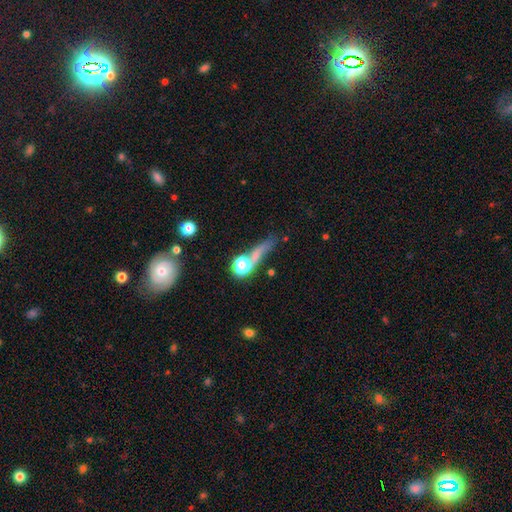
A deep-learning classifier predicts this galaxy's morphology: The model was most divided on "how rounded": cigar-shaped: 50%, round: 29%, in between: 21%. Remaining: smooth or featured — smooth (58%); merging — none (43%).